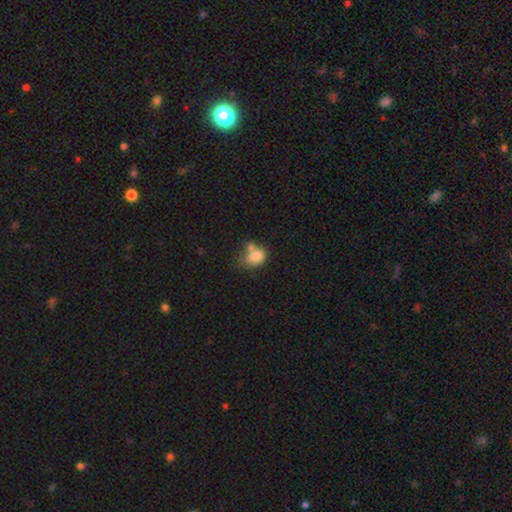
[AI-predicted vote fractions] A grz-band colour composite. It shows a smooth galaxy with no disk features (79%) that is in between round and cigar-shaped (61%). Merging: merger (37%).